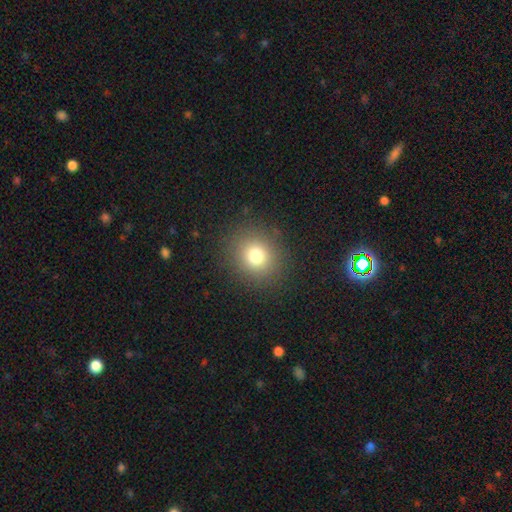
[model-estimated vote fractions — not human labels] Overall: smooth (76%). How rounded: round (84%). Merging: none (89%).